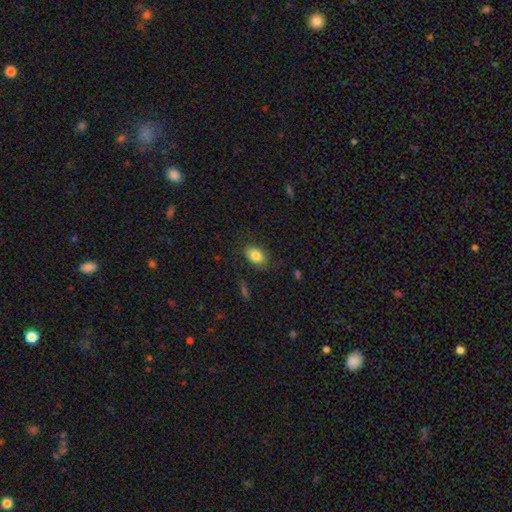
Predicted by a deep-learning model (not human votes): Smooth or featured? smooth (83%)
How rounded? in between (83%)
Merging? none (81%)